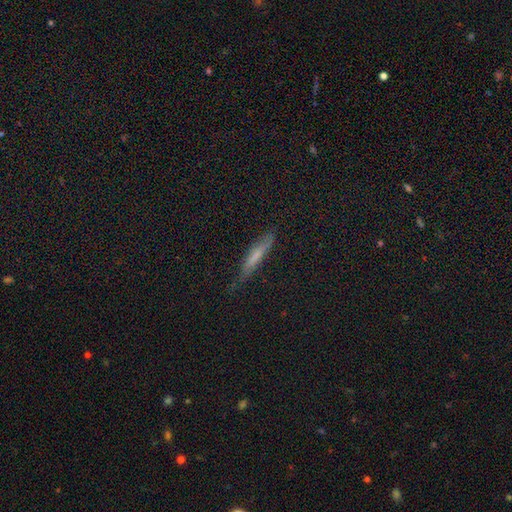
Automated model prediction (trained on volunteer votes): A smooth galaxy with no disk features (59%) that is cigar-shaped (89%).

Vote fractions:
- Smooth or featured? smooth: 59% / featured or disk: 31% / star or artifact: 10%
- How rounded? cigar-shaped: 89% / in between: 9% / round: 2%
- Merging? none: 71% / minor disturbance: 22% / major disturbance: 5% / merger: 2%